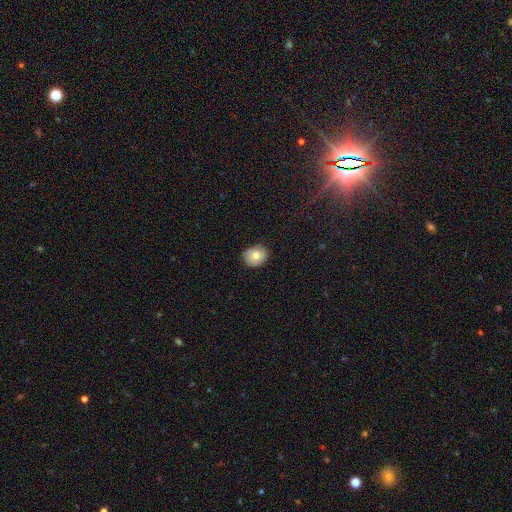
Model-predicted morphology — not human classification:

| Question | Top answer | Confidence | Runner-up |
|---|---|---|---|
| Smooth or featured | smooth | 77% | featured or disk (14%) |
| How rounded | round | 67% | in between (32%) |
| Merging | none | 82% | minor disturbance (14%) |